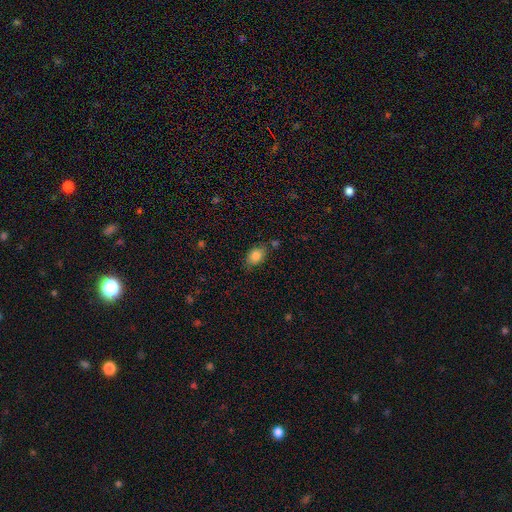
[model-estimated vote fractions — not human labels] Smooth or featured: smooth — 84% (star or artifact — 8%)
How rounded: in between — 80% (round — 19%)
Merging: none — 72% (minor disturbance — 19%)